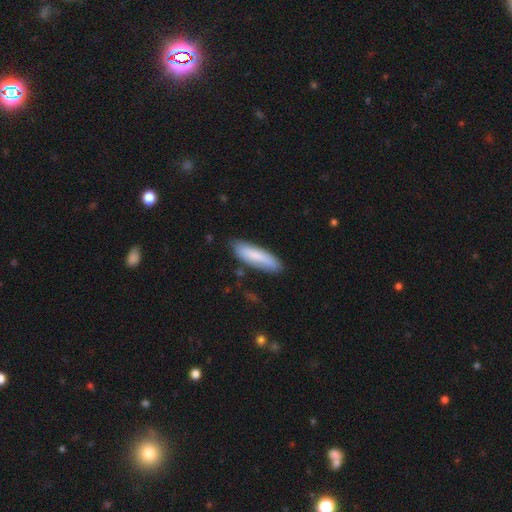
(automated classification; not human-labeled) A smooth galaxy with no disk features (78%) that is cigar-shaped (61%).

Vote fractions:
- Smooth or featured? smooth: 78% / featured or disk: 16% / star or artifact: 6%
- How rounded? cigar-shaped: 61% / in between: 37% / round: 1%
- Merging? none: 81% / minor disturbance: 14% / major disturbance: 3% / merger: 2%